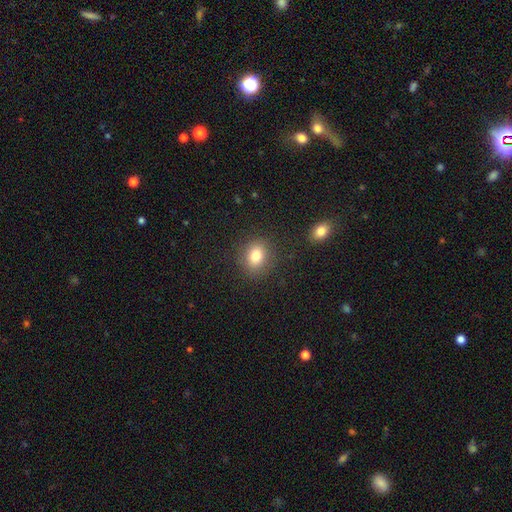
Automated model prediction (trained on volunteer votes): Morphology: type=smooth (79%); roundness=round (63%); merging=none (86%).